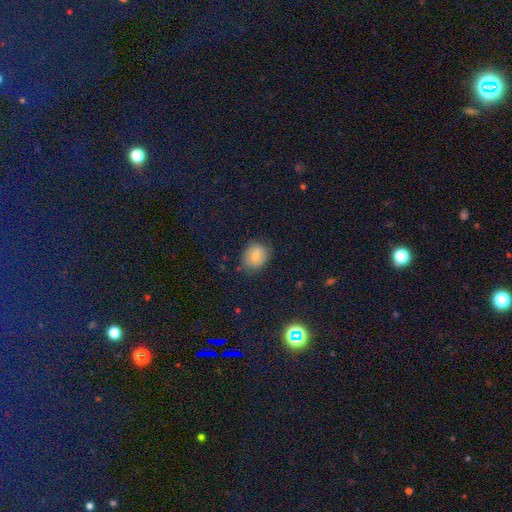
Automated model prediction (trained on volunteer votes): Morphology: type=smooth (68%); roundness=round (63%); merging=none (75%).